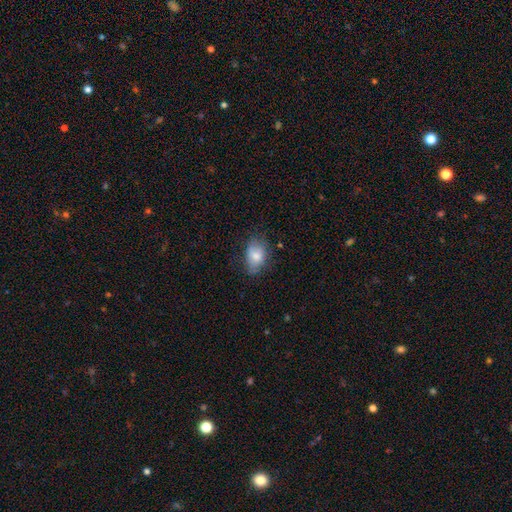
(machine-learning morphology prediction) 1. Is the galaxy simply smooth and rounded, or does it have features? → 74% smooth, 18% featured or disk, 8% star or artifact.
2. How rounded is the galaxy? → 84% in between, 14% round, 1% cigar-shaped.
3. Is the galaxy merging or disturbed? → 60% none, 29% minor disturbance, 9% major disturbance, 2% merger.